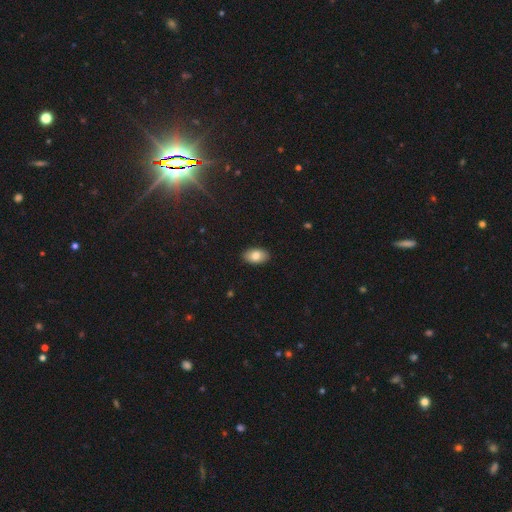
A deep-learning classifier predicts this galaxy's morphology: smooth 81%, featured or disk 11%, star or artifact 7%. Down the decision tree: how rounded — in between (92%); merging — none (89%).